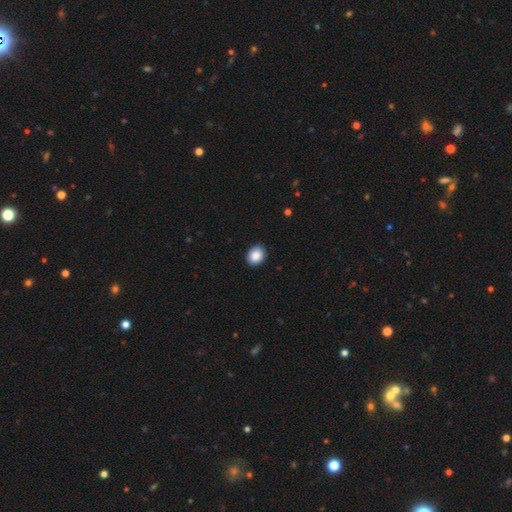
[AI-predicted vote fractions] This appears to be a smooth galaxy with no disk features (88%) that is round (54%). Merging: none (88%).